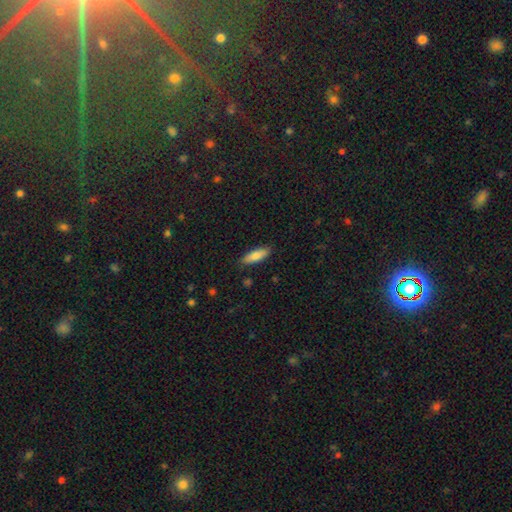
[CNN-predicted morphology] type=smooth (82%); roundness=in between (54%); merging=none (85%).